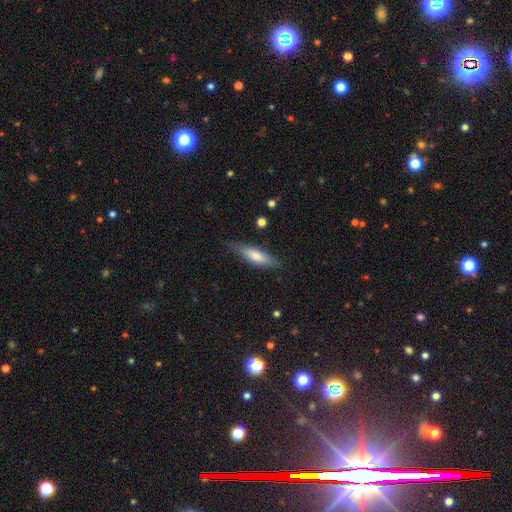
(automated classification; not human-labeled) Morphology: type=smooth (62%); roundness=cigar-shaped (66%); merging=none (79%).